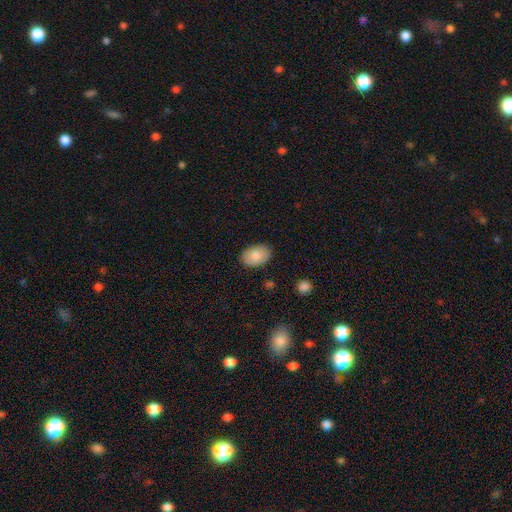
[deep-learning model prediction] A smooth galaxy with no disk features (81%) that is in between round and cigar-shaped (87%).

Vote fractions:
- Smooth or featured? smooth: 81% / featured or disk: 13% / star or artifact: 6%
- How rounded? in between: 87% / round: 12% / cigar-shaped: 1%
- Merging? none: 87% / minor disturbance: 10% / major disturbance: 2% / merger: 1%